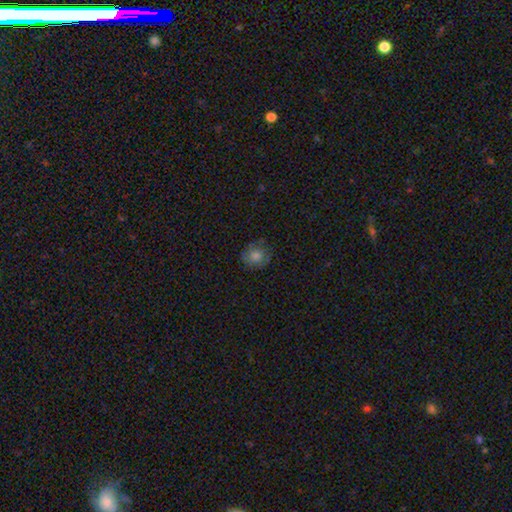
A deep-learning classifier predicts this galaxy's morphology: Smooth or featured? smooth (69%)
How rounded? round (84%)
Merging? none (79%)